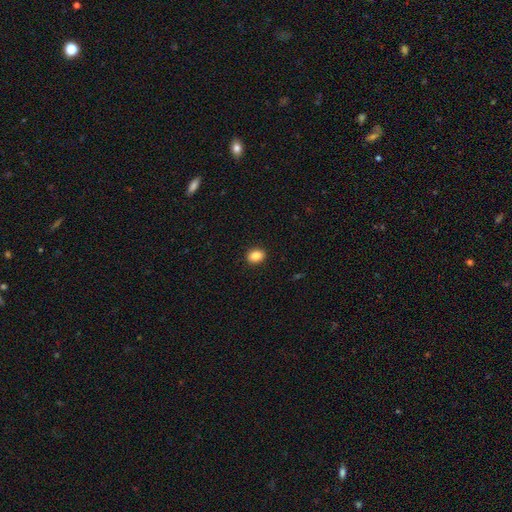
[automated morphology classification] This is clearly a smooth galaxy (87%). How rounded: likely in between (63%). Merging: clearly none (91%).